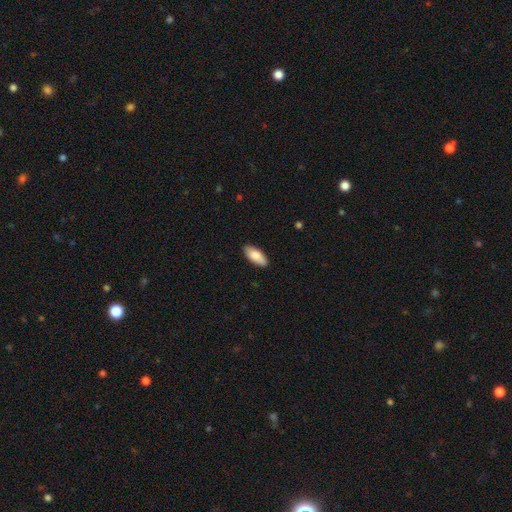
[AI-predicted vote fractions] The model was most divided on "how rounded": in between: 86%, cigar-shaped: 12%, round: 2%. More confident: merging — none (89%); smooth or featured — smooth (85%).